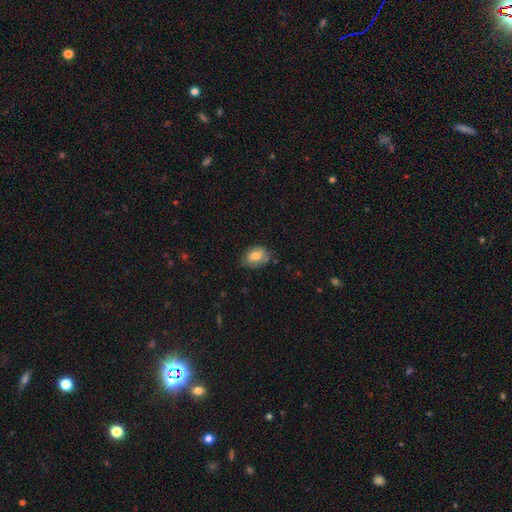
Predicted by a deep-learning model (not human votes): smooth-or-featured: smooth: 70% | featured or disk: 22% | star or artifact: 8%
  how-rounded: in between: 78% | round: 20% | cigar-shaped: 1%
  merging: none: 65% | minor disturbance: 26% | major disturbance: 5% | merger: 3%